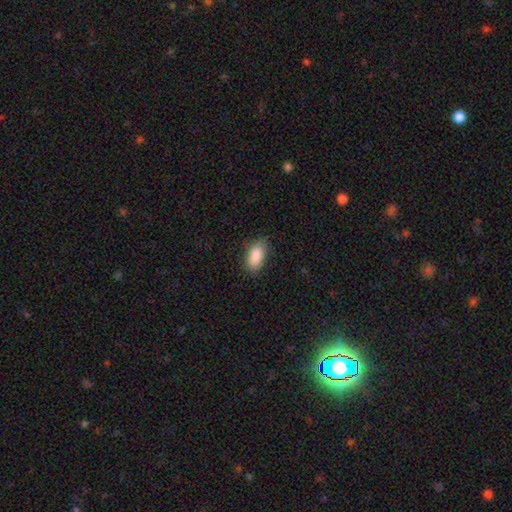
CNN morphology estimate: Smooth or featured: smooth — 89% (star or artifact — 7%)
How rounded: in between — 91% (cigar-shaped — 5%)
Merging: none — 78% (minor disturbance — 17%)